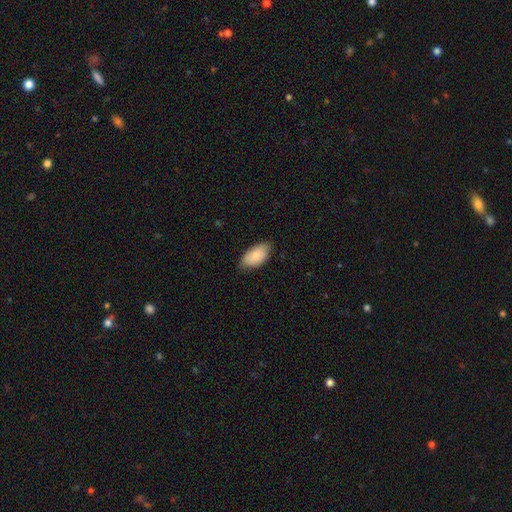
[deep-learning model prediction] This is clearly a smooth galaxy (84%). How rounded: clearly in between (95%). Merging: likely none (75%).